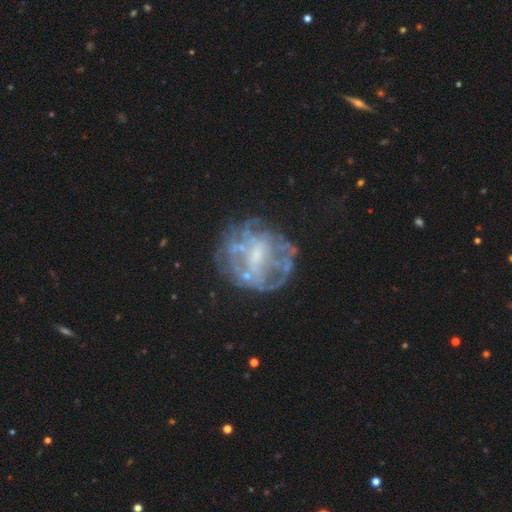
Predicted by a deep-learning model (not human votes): Smooth or featured: featured or disk — 72% (smooth — 17%)
Edge-on disk: no — 98% (yes — 2%)
Bar: no — 57% (weak — 33%)
Spiral arms: no — 63% (yes — 37%)
Bulge size: small — 36% (none — 30%)
Merging: none — 59% (major disturbance — 19%)